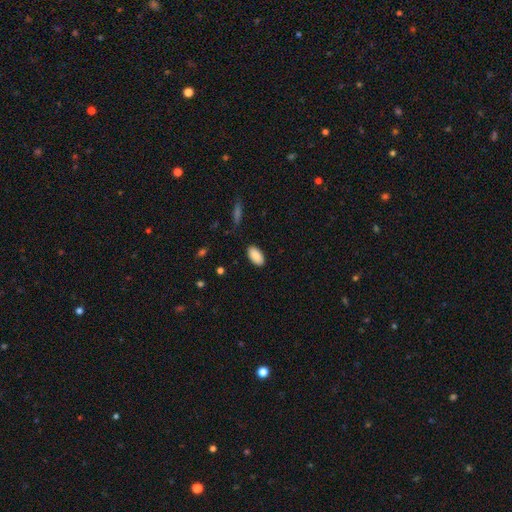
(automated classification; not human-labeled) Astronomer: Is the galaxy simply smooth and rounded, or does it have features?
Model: smooth — 89%.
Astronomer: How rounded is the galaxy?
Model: in between — 94%.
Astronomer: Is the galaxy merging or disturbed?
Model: none — 87%.